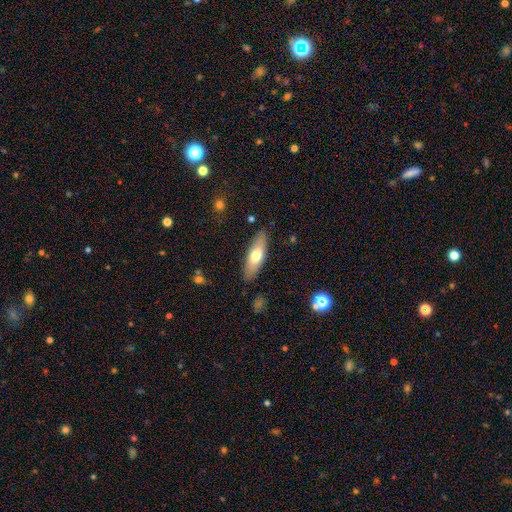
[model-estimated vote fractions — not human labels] Smooth or featured? smooth (66%)
How rounded? in between (56%)
Merging? none (86%)